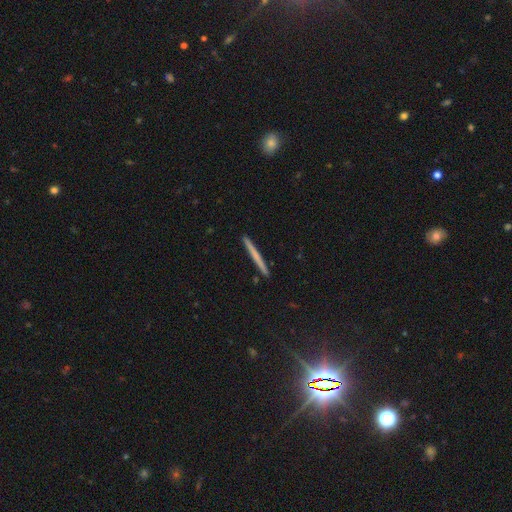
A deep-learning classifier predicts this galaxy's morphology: Smooth or featured? smooth (57%)
How rounded? cigar-shaped (97%)
Merging? none (92%)